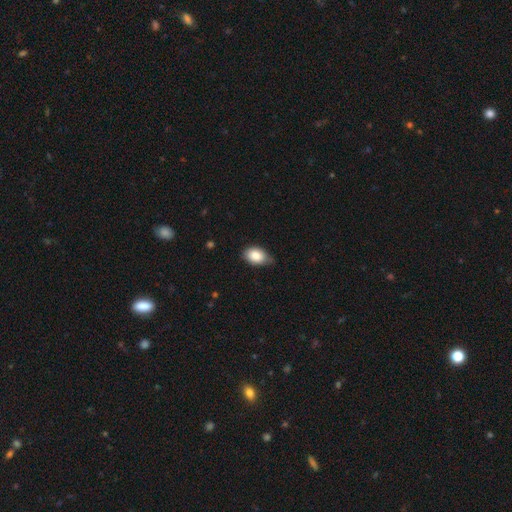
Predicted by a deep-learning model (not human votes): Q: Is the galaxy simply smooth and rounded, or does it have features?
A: smooth — 85%.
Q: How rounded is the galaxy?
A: in between — 85%.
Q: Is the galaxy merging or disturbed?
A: none — 62%.